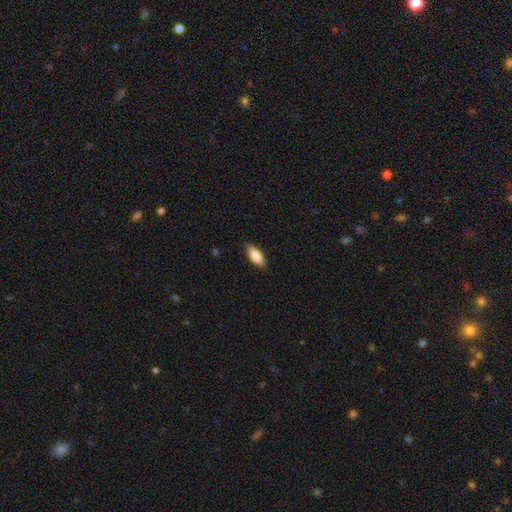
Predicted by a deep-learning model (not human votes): Smooth or featured: smooth — 85% (featured or disk — 9%)
How rounded: in between — 79% (cigar-shaped — 19%)
Merging: none — 87% (minor disturbance — 10%)